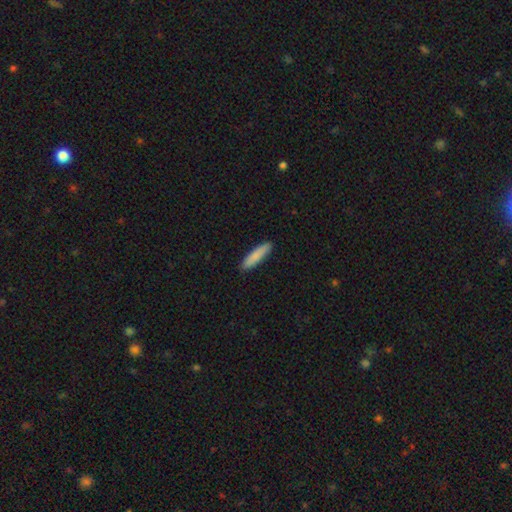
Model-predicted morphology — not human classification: Smooth or featured: smooth — 86% (featured or disk — 9%)
How rounded: cigar-shaped — 83% (in between — 15%)
Merging: none — 90% (minor disturbance — 7%)